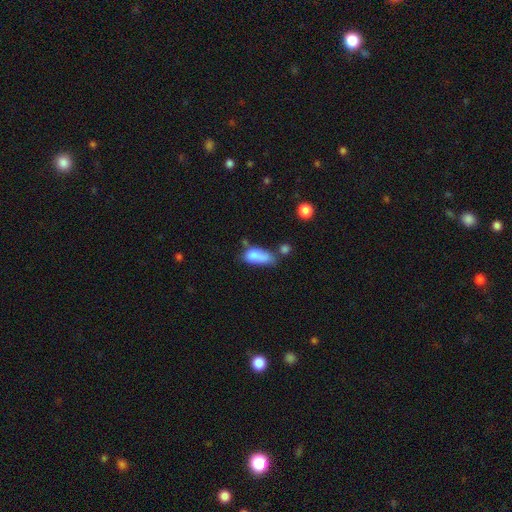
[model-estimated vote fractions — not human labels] The model was most divided on "merging": merger: 29%, minor disturbance: 26%, none: 25%, major disturbance: 20%. More confident: how rounded — in between (78%); smooth or featured — smooth (75%).